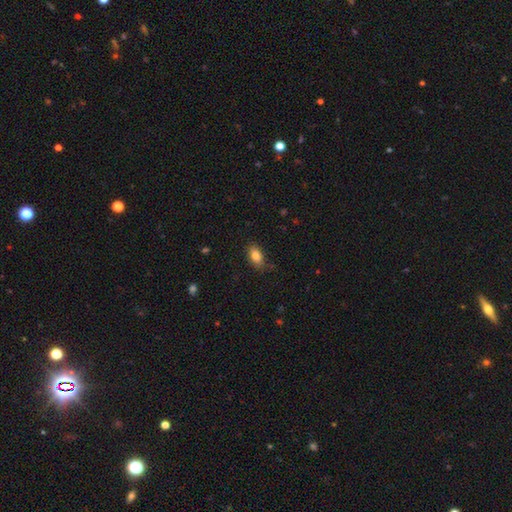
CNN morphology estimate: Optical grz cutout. It shows a smooth galaxy with no disk features (84%) that is in between round and cigar-shaped (89%). Merging: none (80%).